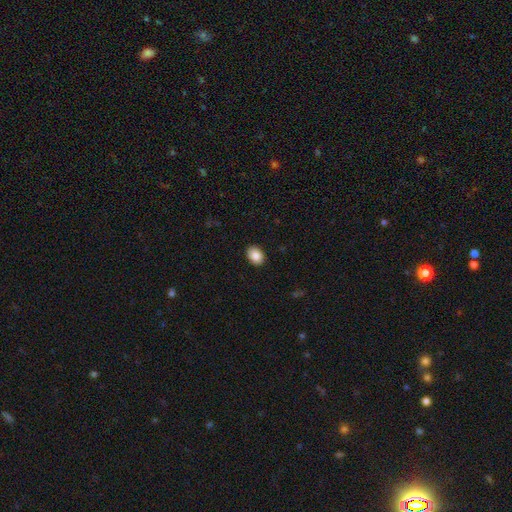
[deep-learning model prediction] smooth-or-featured: smooth: 86% | star or artifact: 7% | featured or disk: 6%
  how-rounded: in between: 73% | round: 27% | cigar-shaped: 1%
  merging: none: 90% | minor disturbance: 7% | major disturbance: 2% | merger: 1%